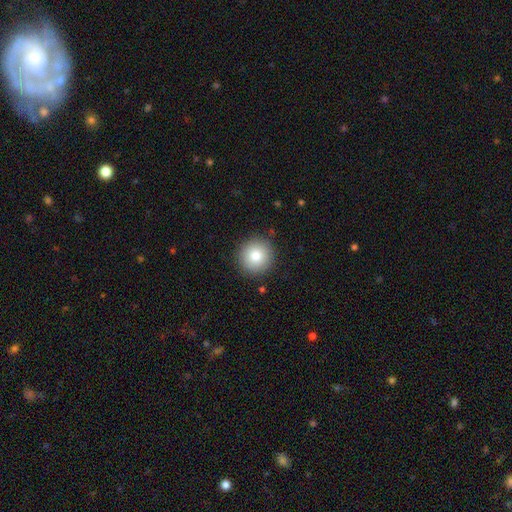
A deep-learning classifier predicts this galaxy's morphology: smooth-or-featured: smooth: 81% | star or artifact: 10% | featured or disk: 9%
  how-rounded: round: 95% | in between: 4% | cigar-shaped: 1%
  merging: none: 90% | minor disturbance: 7% | major disturbance: 2% | merger: 1%